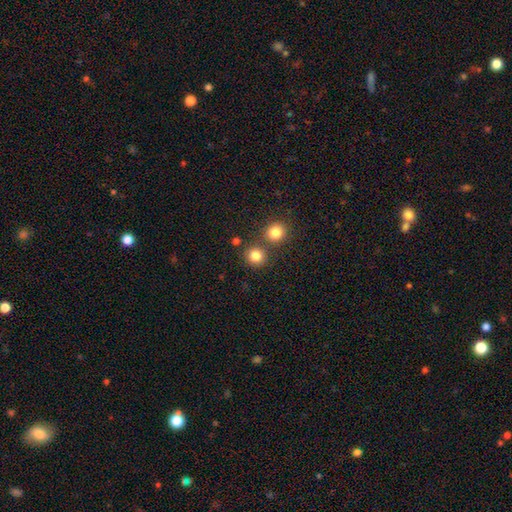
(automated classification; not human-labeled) Q: Smooth or featured?
A: smooth (83%); runner-up: star or artifact (12%)
Q: How rounded?
A: round (90%); runner-up: in between (9%)
Q: Merging?
A: none (75%); runner-up: merger (16%)